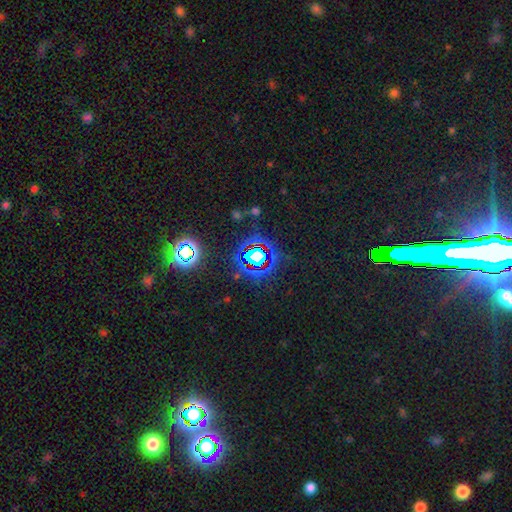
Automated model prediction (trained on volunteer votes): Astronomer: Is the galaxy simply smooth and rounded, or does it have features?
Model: star or artifact — 79%.